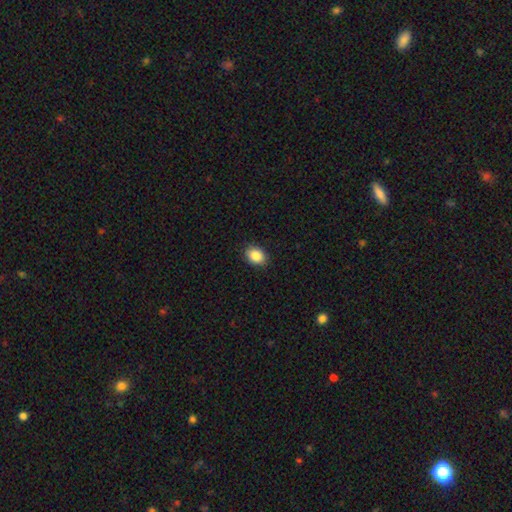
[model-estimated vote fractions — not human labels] This is clearly a smooth galaxy (86%). How rounded: likely in between (70%). Merging: clearly none (90%).